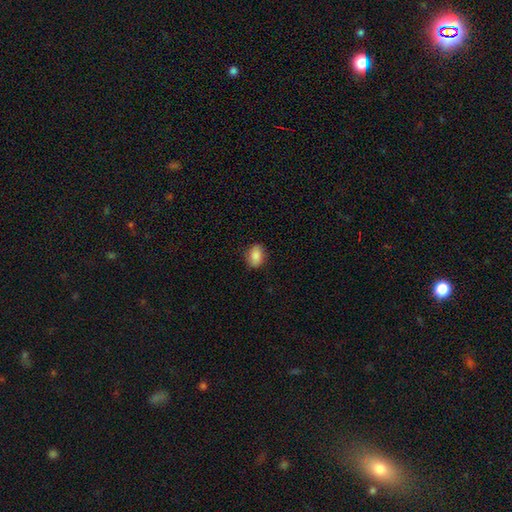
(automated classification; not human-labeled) This is clearly a smooth galaxy (85%). How rounded: likely in between (77%). Merging: clearly none (83%).